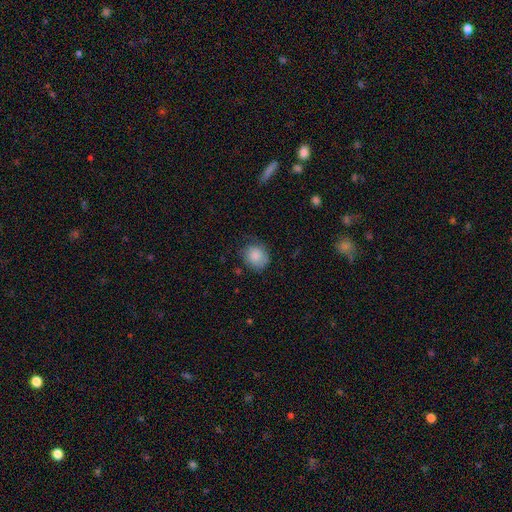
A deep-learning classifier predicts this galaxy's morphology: smooth_or_featured: smooth (p=0.85) [alt: featured or disk p=0.08]
how_rounded: round (p=0.78) [alt: in between p=0.21]
merging: none (p=0.70) [alt: minor disturbance p=0.23]